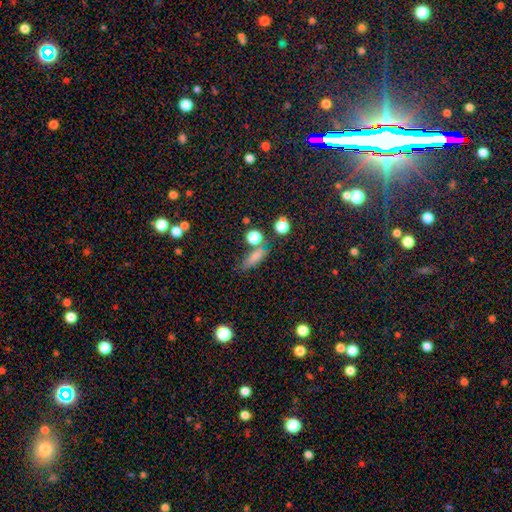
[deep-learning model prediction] A smooth galaxy with no disk features (74%) that is cigar-shaped (47%). Merging: none (63%).